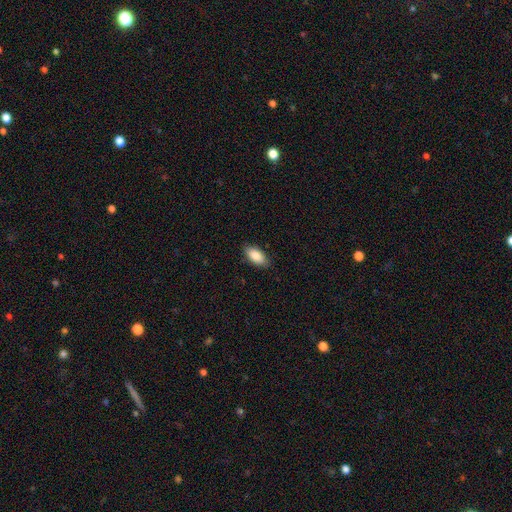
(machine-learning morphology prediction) A smooth galaxy with no disk features (87%) that is in between round and cigar-shaped (91%). Merging: none (87%).